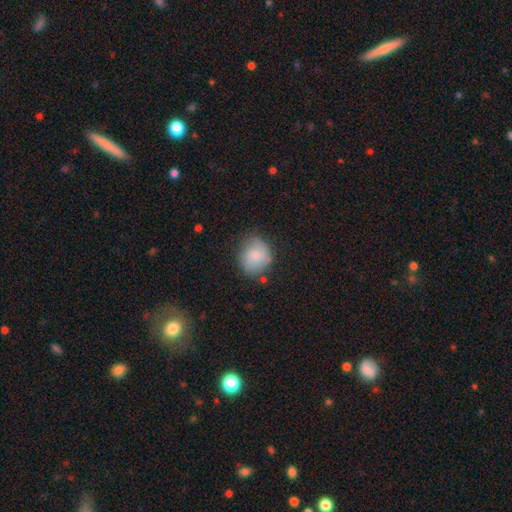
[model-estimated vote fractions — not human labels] Smooth or featured: smooth — 70% (featured or disk — 22%)
How rounded: round — 76% (in between — 23%)
Merging: none — 65% (minor disturbance — 25%)